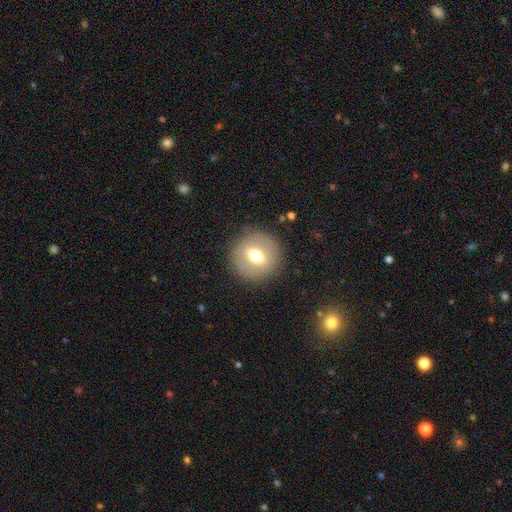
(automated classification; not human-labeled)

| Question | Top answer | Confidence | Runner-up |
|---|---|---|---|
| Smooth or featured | smooth | 57% | featured or disk (34%) |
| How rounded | round | 90% | in between (9%) |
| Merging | none | 87% | minor disturbance (8%) |